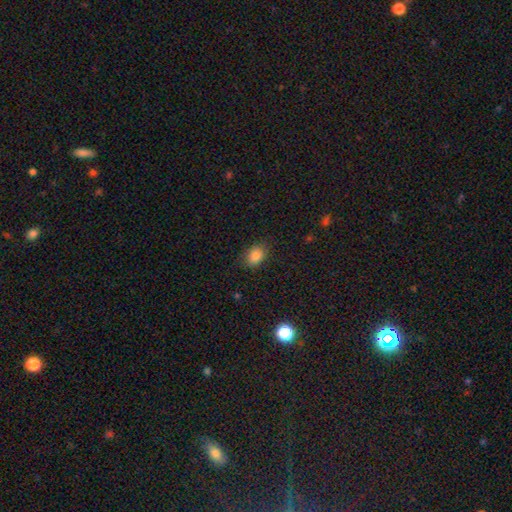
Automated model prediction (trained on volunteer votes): This appears to be a smooth galaxy with no disk features (83%) that is in between round and cigar-shaped (71%). Merging: none (81%).